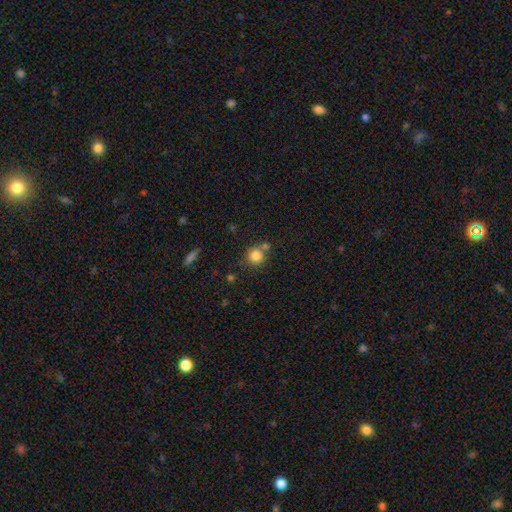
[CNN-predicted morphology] A smooth galaxy with no disk features (83%) that is round (91%). Merging: none (65%).